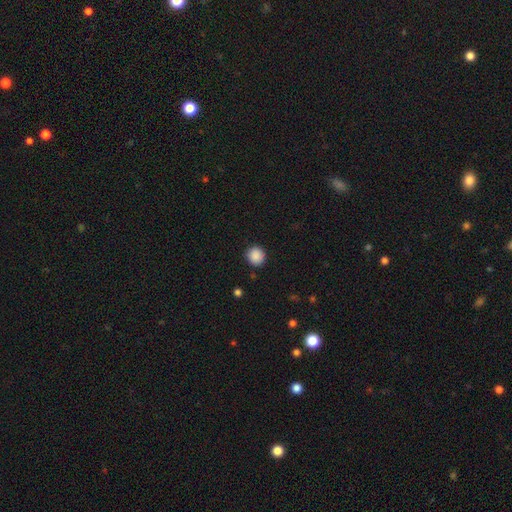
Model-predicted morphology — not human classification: type=smooth (88%); roundness=round (92%); merging=none (89%).